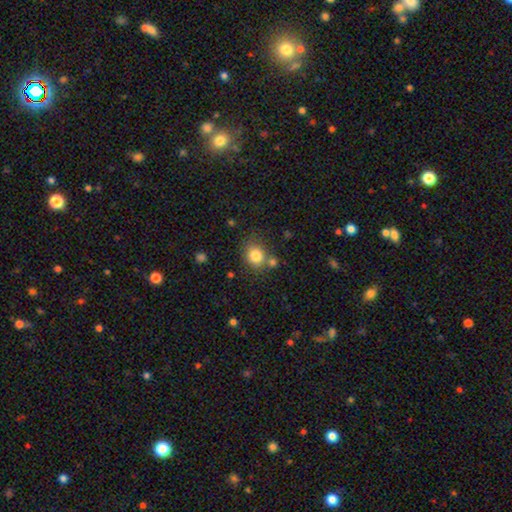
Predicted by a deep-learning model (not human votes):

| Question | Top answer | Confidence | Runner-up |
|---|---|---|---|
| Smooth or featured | smooth | 81% | star or artifact (11%) |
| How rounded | round | 74% | in between (25%) |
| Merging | none | 67% | merger (15%) |